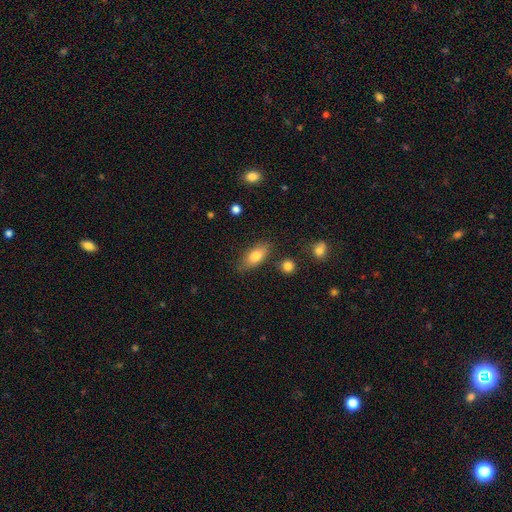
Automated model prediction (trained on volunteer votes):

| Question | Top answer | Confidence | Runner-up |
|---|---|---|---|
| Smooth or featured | smooth | 79% | featured or disk (14%) |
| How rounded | in between | 85% | cigar-shaped (11%) |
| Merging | none | 78% | minor disturbance (15%) |